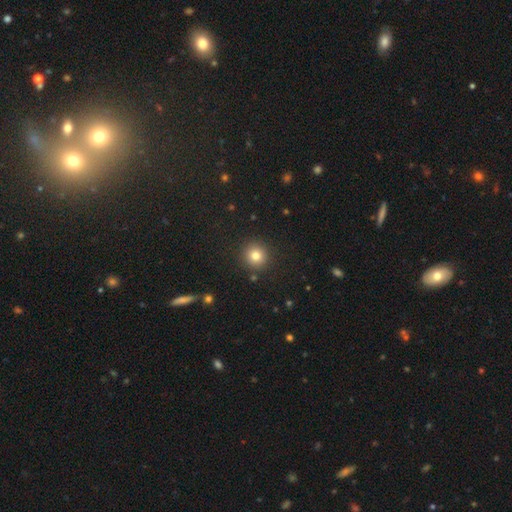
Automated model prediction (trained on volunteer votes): A smooth galaxy with no disk features (80%) that is round (94%).

Vote fractions:
- Smooth or featured? smooth: 80% / star or artifact: 13% / featured or disk: 7%
- How rounded? round: 94% / in between: 5% / cigar-shaped: 1%
- Merging? none: 90% / minor disturbance: 6% / major disturbance: 2% / merger: 2%